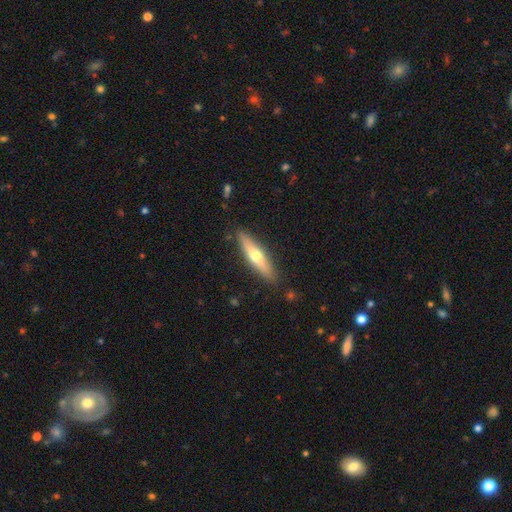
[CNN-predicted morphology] type=smooth (48%); merging=none (86%).